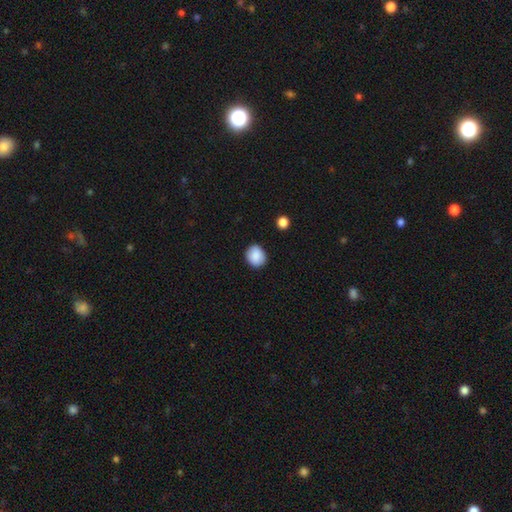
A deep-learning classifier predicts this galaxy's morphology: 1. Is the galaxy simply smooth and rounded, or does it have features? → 89% smooth, 8% star or artifact, 4% featured or disk.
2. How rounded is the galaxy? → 71% round, 28% in between, 1% cigar-shaped.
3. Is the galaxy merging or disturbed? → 87% none, 9% minor disturbance, 2% major disturbance, 1% merger.